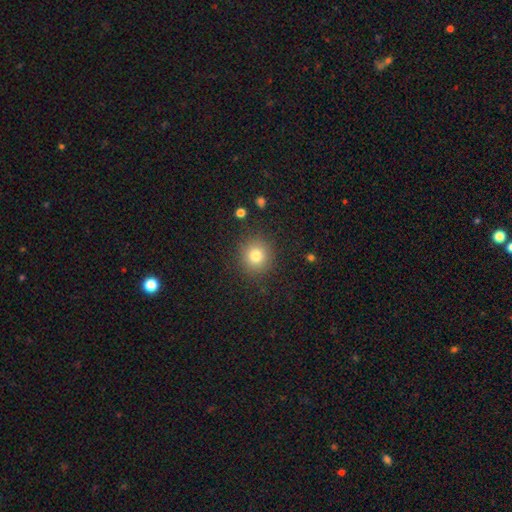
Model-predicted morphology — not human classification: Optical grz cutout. It shows a smooth galaxy with no disk features (80%) that is round (90%). Merging: none (88%).